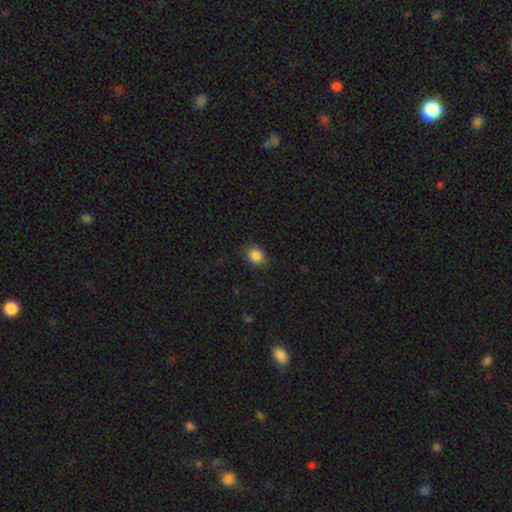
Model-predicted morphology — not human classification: Smooth or featured? Predicted: smooth (p=0.86). How rounded? Predicted: round (p=0.51). Merging? Predicted: none (p=0.82).